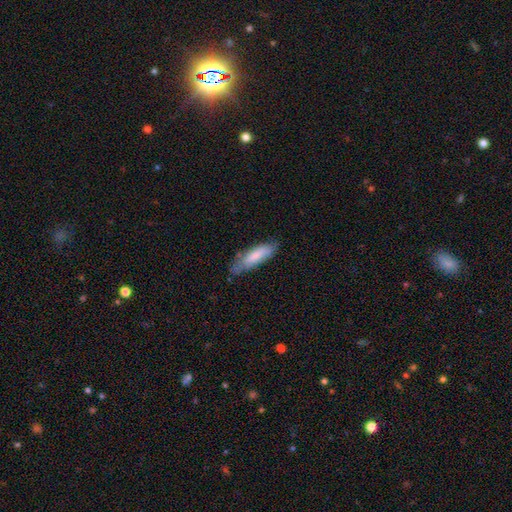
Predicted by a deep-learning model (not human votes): Morphology: type=smooth (76%); roundness=cigar-shaped (53%); merging=none (66%).